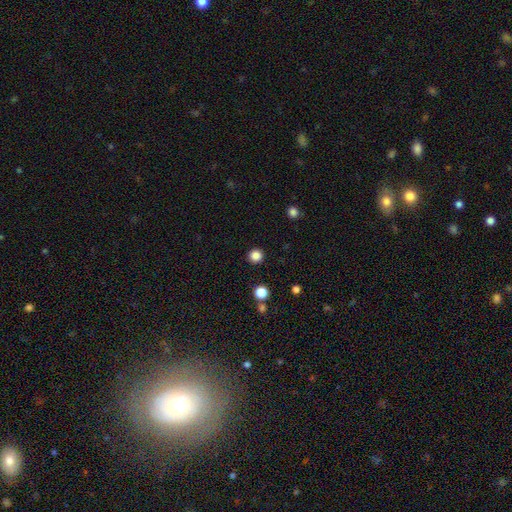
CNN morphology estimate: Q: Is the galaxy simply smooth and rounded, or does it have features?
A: smooth — 85%.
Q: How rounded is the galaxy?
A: round — 95%.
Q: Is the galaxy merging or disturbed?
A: none — 93%.